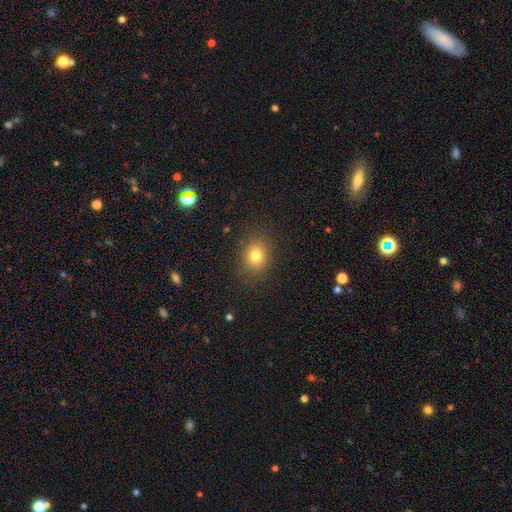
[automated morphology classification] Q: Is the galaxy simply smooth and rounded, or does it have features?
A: smooth — 78%.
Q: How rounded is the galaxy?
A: round — 58%.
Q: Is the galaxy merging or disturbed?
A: none — 85%.